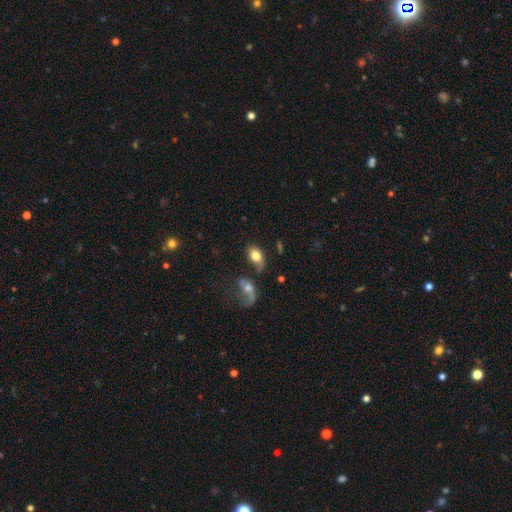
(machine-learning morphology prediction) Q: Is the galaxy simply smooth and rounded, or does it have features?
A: smooth — 77%.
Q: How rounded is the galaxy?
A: in between — 85%.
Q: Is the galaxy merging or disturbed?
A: none — 45%.